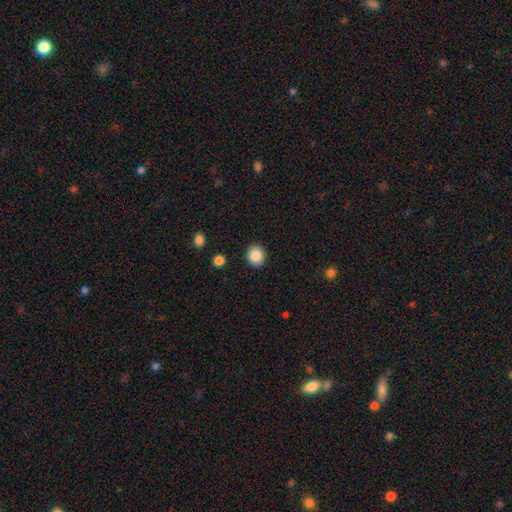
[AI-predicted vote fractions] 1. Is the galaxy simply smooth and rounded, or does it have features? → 87% smooth, 9% star or artifact, 4% featured or disk.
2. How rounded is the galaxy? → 78% round, 21% in between, 1% cigar-shaped.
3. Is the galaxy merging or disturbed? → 90% none, 6% minor disturbance, 2% major disturbance, 1% merger.